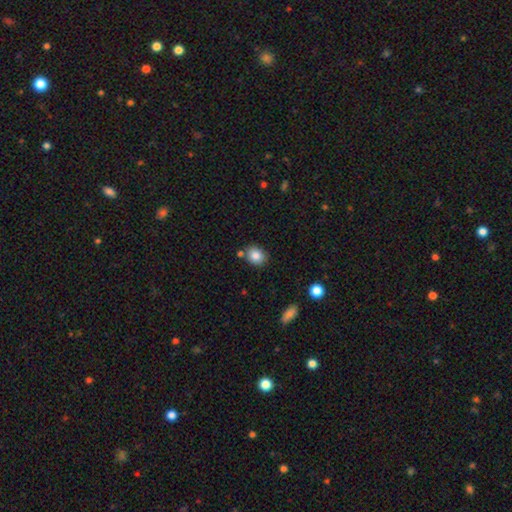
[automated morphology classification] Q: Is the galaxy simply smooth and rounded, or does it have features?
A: smooth — 84%.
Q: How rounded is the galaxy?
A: round — 52%.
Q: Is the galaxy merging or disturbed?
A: none — 76%.